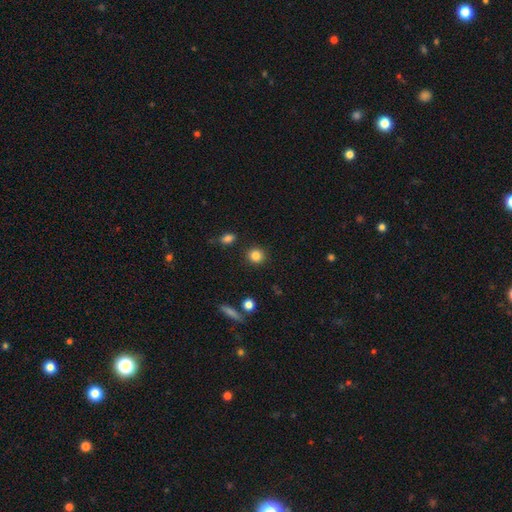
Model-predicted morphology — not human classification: A smooth galaxy with no disk features (85%) that is round (89%). Merging: none (89%).